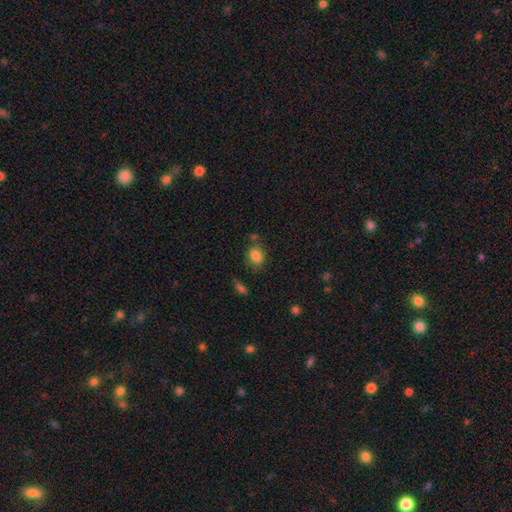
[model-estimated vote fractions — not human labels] smooth-or-featured: smooth: 84% | star or artifact: 10% | featured or disk: 7%
  how-rounded: in between: 61% | round: 38% | cigar-shaped: 1%
  merging: none: 67% | minor disturbance: 18% | merger: 9% | major disturbance: 6%